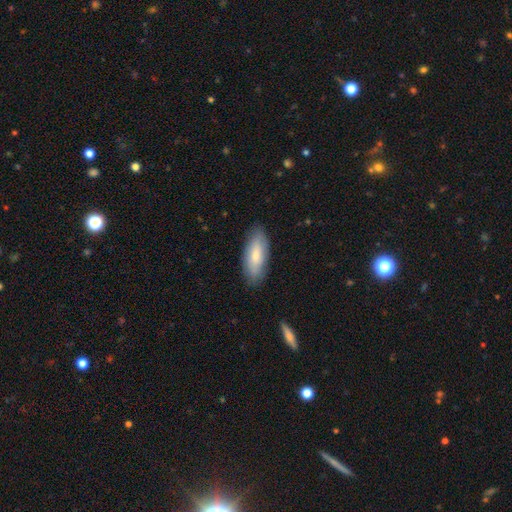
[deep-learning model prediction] Smooth or featured: smooth — 74% (featured or disk — 20%)
How rounded: in between — 74% (cigar-shaped — 24%)
Merging: none — 84% (minor disturbance — 13%)